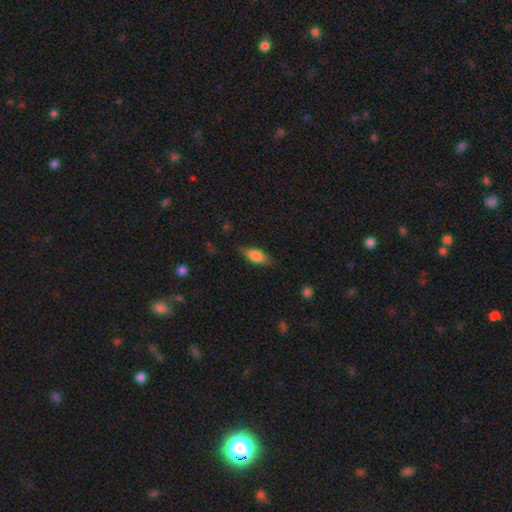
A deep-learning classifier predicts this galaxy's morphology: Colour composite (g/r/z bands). It shows a smooth galaxy with no disk features (58%) that is in between round and cigar-shaped (73%). Merging: none (77%).